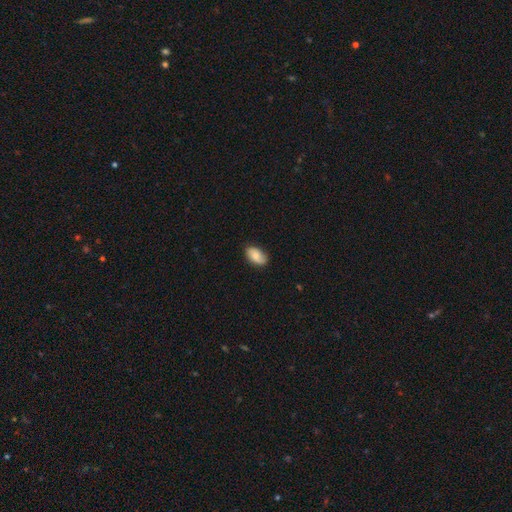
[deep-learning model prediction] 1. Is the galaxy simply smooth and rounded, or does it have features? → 75% smooth, 18% featured or disk, 7% star or artifact.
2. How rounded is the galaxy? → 93% in between, 5% round, 2% cigar-shaped.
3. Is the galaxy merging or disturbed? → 80% none, 16% minor disturbance, 3% major disturbance, 1% merger.